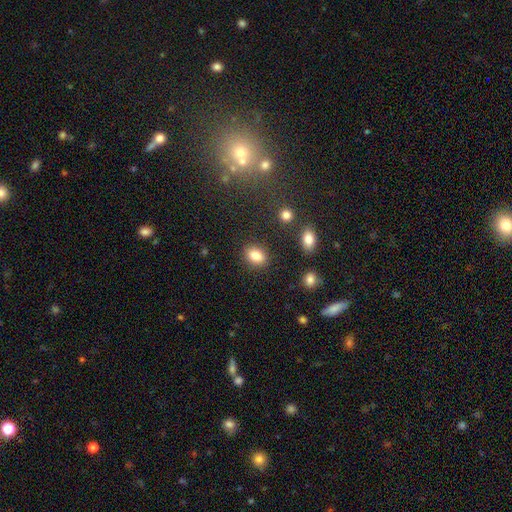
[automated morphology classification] A smooth galaxy with no disk features (84%) that is in between round and cigar-shaped (72%).

Vote fractions:
- Smooth or featured? smooth: 84% / star or artifact: 9% / featured or disk: 7%
- How rounded? in between: 72% / round: 26% / cigar-shaped: 2%
- Merging? none: 86% / minor disturbance: 9% / major disturbance: 3% / merger: 2%